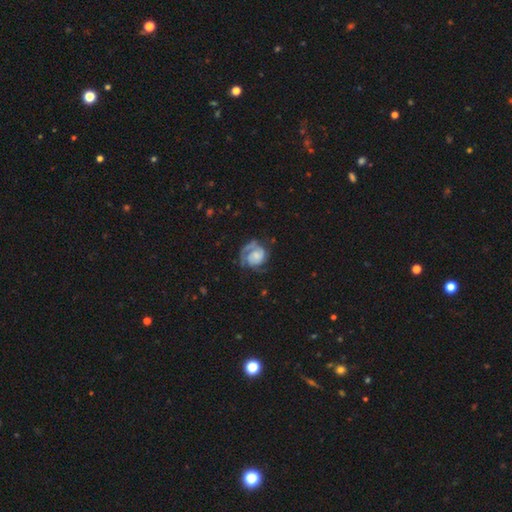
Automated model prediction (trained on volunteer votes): A featured or disk galaxy (76%) with no bar (73%), 2 (46%) tight (56%) spiral arms (93%) and a small central bulge (45%).

Vote fractions:
- Smooth or featured? featured or disk: 76% / smooth: 18% / star or artifact: 6%
- Edge-on disk? no: 98% / yes: 2%
- Bar? no: 73% / weak: 22% / strong: 5%
- Spiral arms? yes: 93% / no: 7%
- Spiral winding? tight: 56% / medium: 32% / loose: 11%
- Spiral arm count? 2: 46% / 1: 23% / can't tell: 15% / 3: 10% / 4: 3% / more than 4: 3%
- Bulge size? small: 45% / moderate: 26% / none: 16% / large: 10% / dominant: 3%
- Merging? none: 58% / minor disturbance: 22% / major disturbance: 19% / merger: 2%